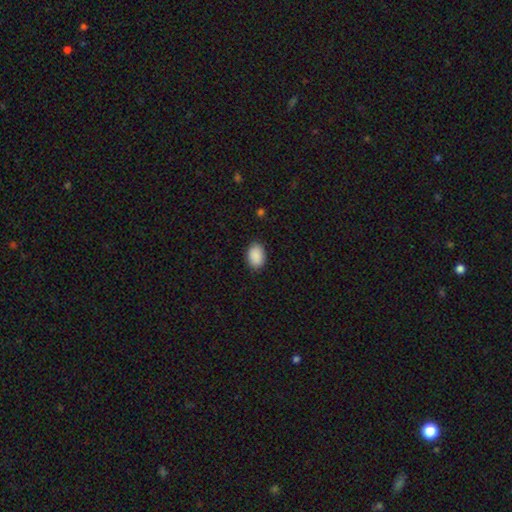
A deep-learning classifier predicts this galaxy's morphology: Smooth or featured: smooth — 91% (star or artifact — 7%)
How rounded: in between — 86% (round — 13%)
Merging: none — 88% (minor disturbance — 9%)